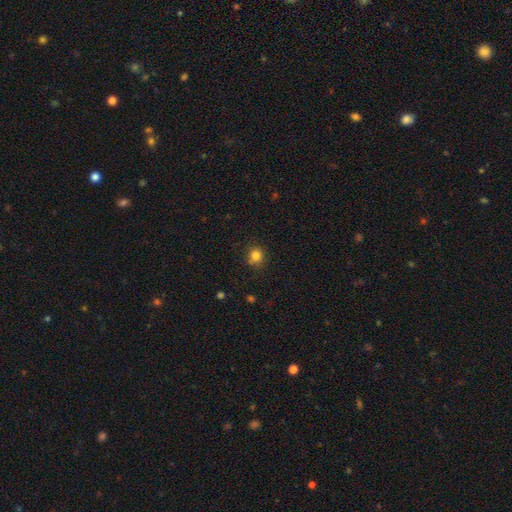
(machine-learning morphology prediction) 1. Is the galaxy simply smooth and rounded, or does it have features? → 82% smooth, 13% star or artifact, 5% featured or disk.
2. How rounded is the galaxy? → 86% round, 13% in between, 1% cigar-shaped.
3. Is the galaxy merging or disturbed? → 78% none, 14% minor disturbance, 5% merger, 3% major disturbance.